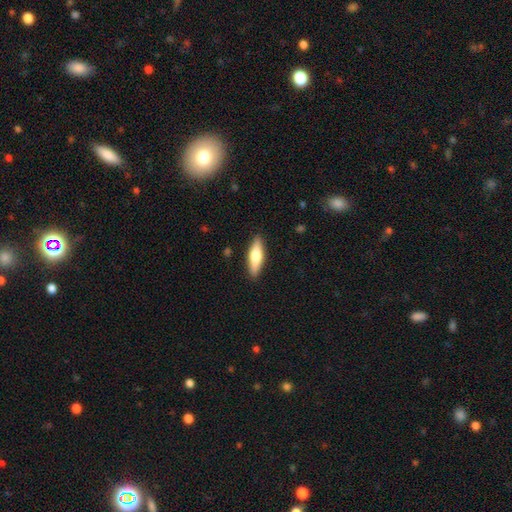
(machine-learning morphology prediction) Smooth or featured: smooth — 63% (featured or disk — 31%)
How rounded: cigar-shaped — 52% (in between — 46%)
Merging: none — 89% (minor disturbance — 8%)